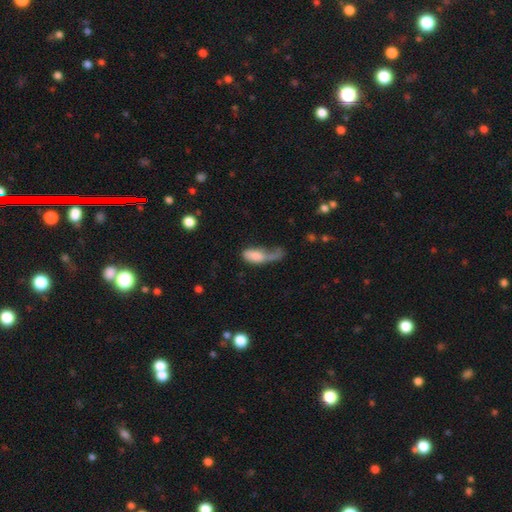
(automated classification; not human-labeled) Smooth or featured?
  - smooth: 69% *
  - featured or disk: 23%
  - star or artifact: 8%
How rounded?
  - in between: 77% *
  - cigar-shaped: 17%
  - round: 6%
Merging?
  - major disturbance: 53% *
  - minor disturbance: 18%
  - none: 17%
  - merger: 12%